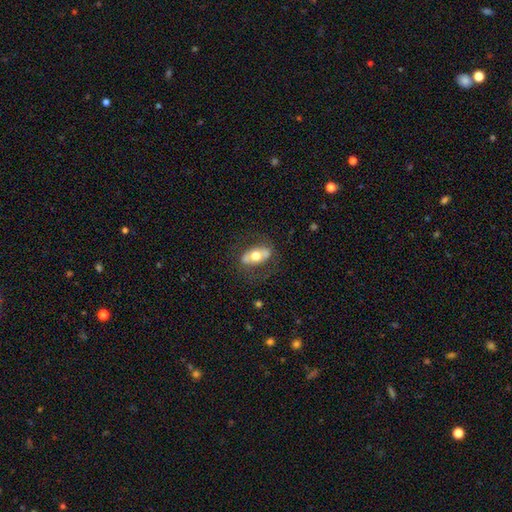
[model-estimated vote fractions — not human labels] This is possibly a smooth galaxy (49%). Merging: likely none (72%).